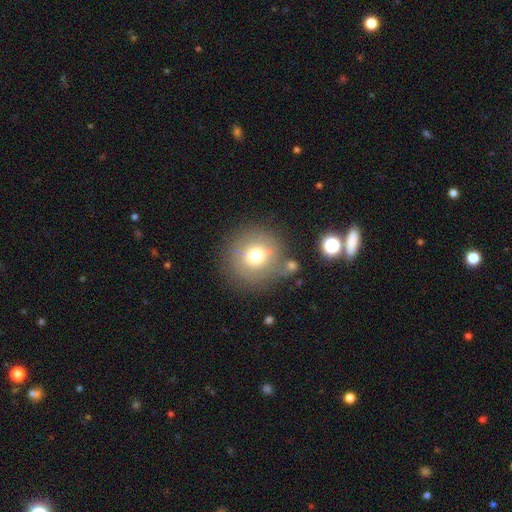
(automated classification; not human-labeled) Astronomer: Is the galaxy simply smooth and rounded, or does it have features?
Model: smooth — 69%.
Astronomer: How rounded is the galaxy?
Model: round — 92%.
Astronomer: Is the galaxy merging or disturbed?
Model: none — 70%.